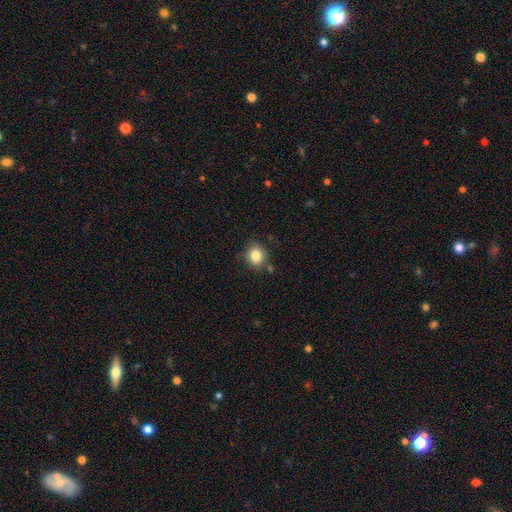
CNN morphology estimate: This appears to be a smooth galaxy with no disk features (83%) that is round (63%). Merging: none (77%).